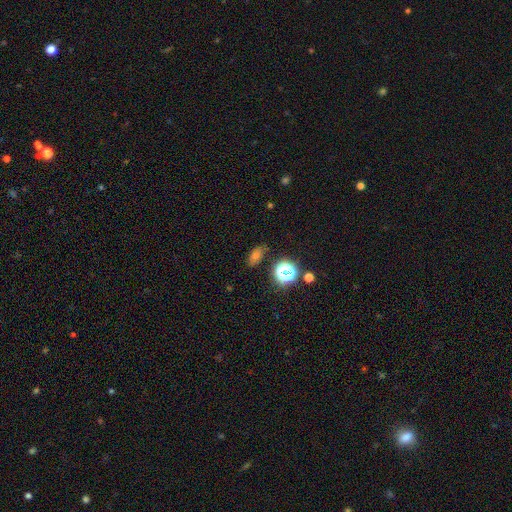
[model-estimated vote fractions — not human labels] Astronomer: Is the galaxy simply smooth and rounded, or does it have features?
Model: smooth — 48% (runner-up: star or artifact, 36%).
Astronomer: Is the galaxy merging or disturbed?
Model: none — 80%.